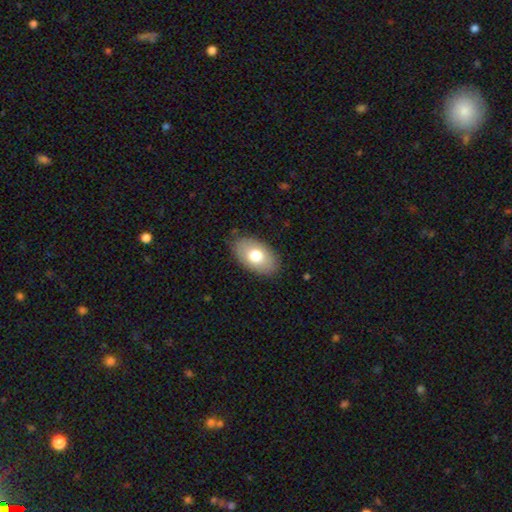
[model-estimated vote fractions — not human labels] The model was most divided on "smooth or featured": smooth: 73%, featured or disk: 20%, star or artifact: 7%. More confident: how rounded — in between (93%); merging — none (84%).